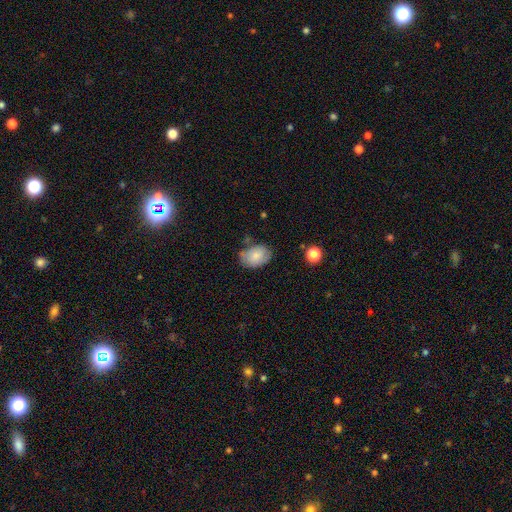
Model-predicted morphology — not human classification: Smooth or featured? Predicted: smooth (p=0.81). How rounded? Predicted: in between (p=0.80). Merging? Predicted: none (p=0.65).